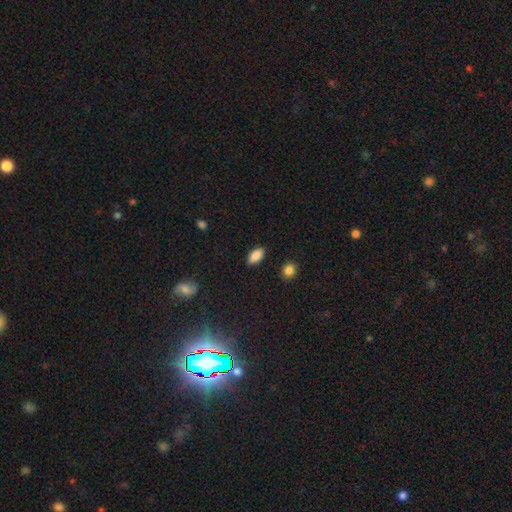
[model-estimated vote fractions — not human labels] Morphology: type=smooth (87%); roundness=in between (90%); merging=none (88%).